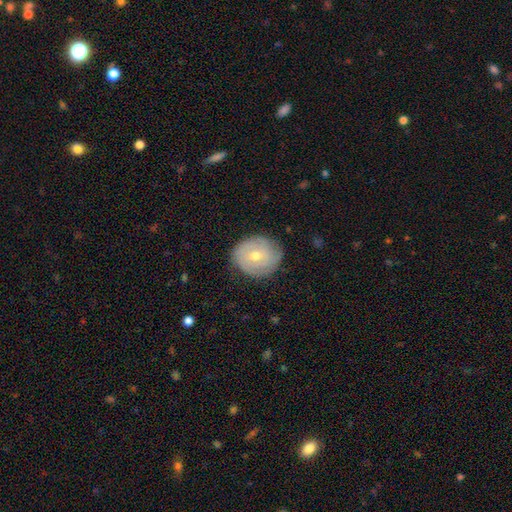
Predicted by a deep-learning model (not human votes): A featured or disk galaxy (56%) with no bar (74%), spiral arms (74%) and a moderate central bulge (58%). Merging: none (78%).